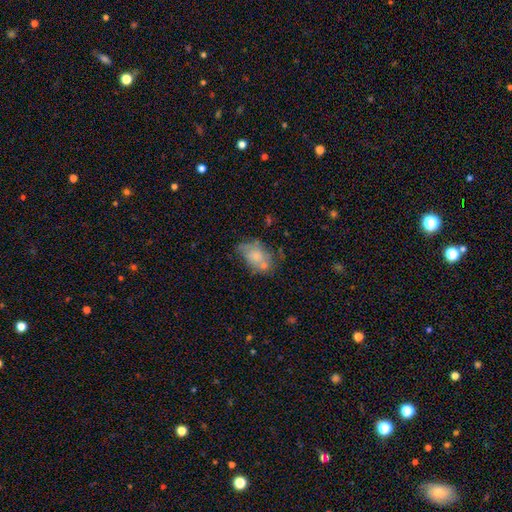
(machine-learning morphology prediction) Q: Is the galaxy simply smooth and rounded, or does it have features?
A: smooth — 59%.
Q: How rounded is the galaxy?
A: in between — 84%.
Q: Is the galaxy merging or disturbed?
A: none — 37%.